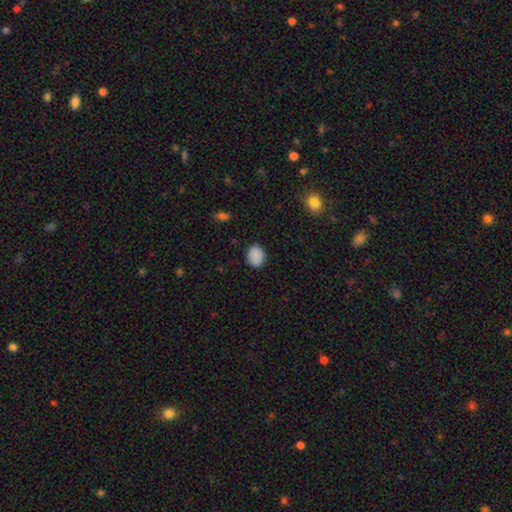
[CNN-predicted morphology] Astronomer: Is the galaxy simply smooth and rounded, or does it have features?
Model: smooth — 88%.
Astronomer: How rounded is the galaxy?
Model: round — 51% (runner-up: in between, 48%).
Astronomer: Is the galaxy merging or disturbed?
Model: none — 87%.